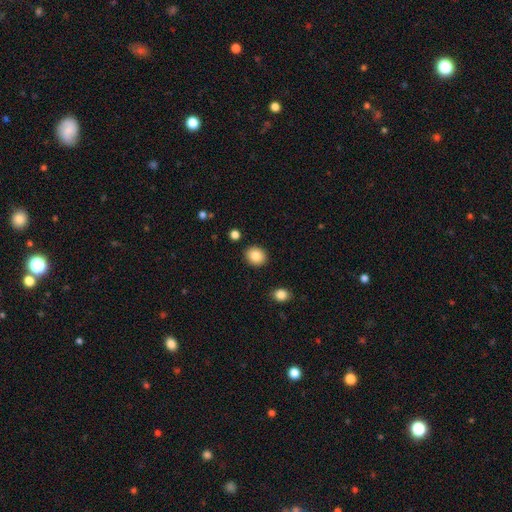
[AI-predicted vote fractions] Q: Smooth or featured?
A: smooth (86%); runner-up: star or artifact (9%)
Q: How rounded?
A: round (73%); runner-up: in between (26%)
Q: Merging?
A: none (89%); runner-up: minor disturbance (7%)